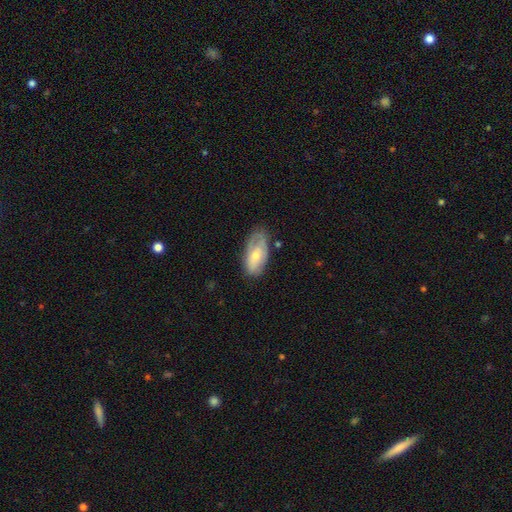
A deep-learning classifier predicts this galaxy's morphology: Overall: featured or disk (49%; smooth 45%). Merging: none (60%; minor disturbance 29%).